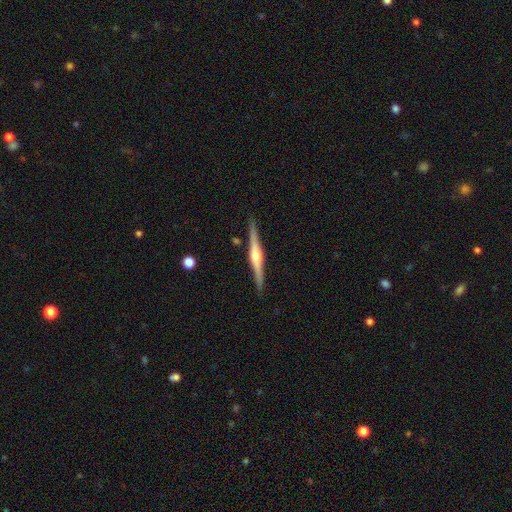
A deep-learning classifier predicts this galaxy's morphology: Q: Smooth or featured?
A: featured or disk (81%); runner-up: smooth (14%)
Q: Edge-on disk?
A: yes (98%); runner-up: no (2%)
Q: Edge-on bulge?
A: rounded (89%); runner-up: boxy (7%)
Q: Merging?
A: none (90%); runner-up: minor disturbance (7%)